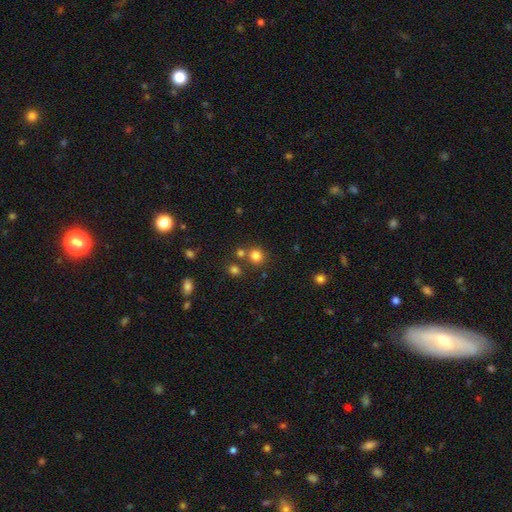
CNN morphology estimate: A smooth galaxy with no disk features (79%) that is round (87%).

Vote fractions:
- Smooth or featured? smooth: 79% / star or artifact: 15% / featured or disk: 6%
- How rounded? round: 87% / in between: 12% / cigar-shaped: 1%
- Merging? none: 71% / merger: 17% / minor disturbance: 8% / major disturbance: 3%